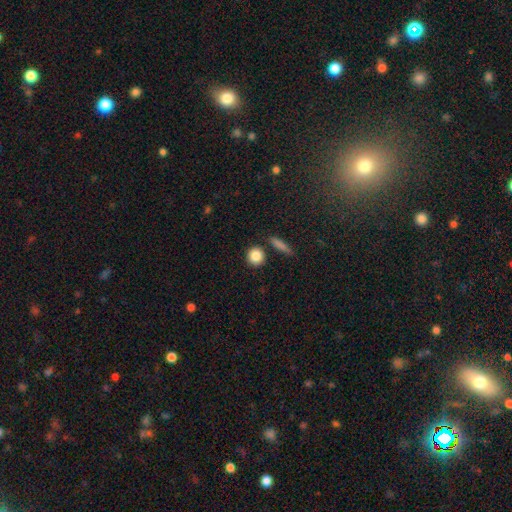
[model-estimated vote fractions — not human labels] smooth 86%, star or artifact 8%, featured or disk 6%. Down the decision tree: how rounded — round (87%); merging — none (83%).